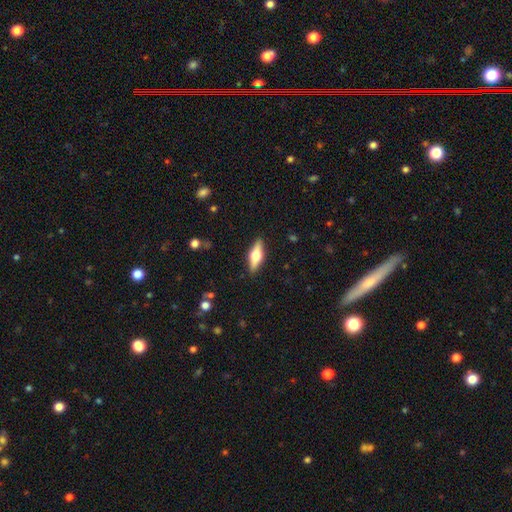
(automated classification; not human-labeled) A featured or disk galaxy (50%) viewed edge-on (92%).

Vote fractions:
- Smooth or featured? featured or disk: 50% / smooth: 44% / star or artifact: 6%
- Edge-on disk? yes: 92% / no: 8%
- Merging? none: 89% / minor disturbance: 8% / major disturbance: 2% / merger: 1%